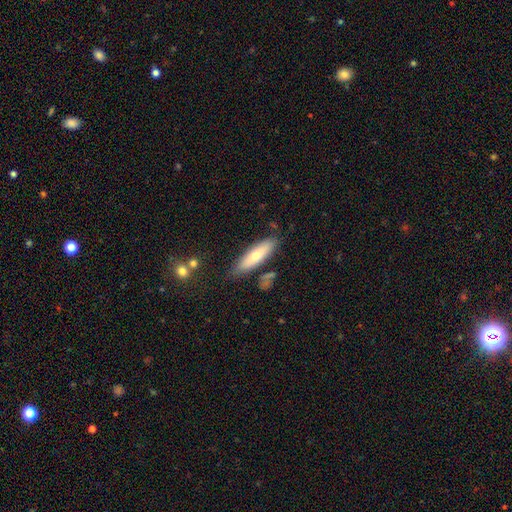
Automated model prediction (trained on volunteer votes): Smooth or featured?
  - smooth: 66% *
  - featured or disk: 28%
  - star or artifact: 6%
How rounded?
  - cigar-shaped: 62% *
  - in between: 36%
  - round: 2%
Merging?
  - none: 78% *
  - minor disturbance: 14%
  - merger: 5%
  - major disturbance: 3%